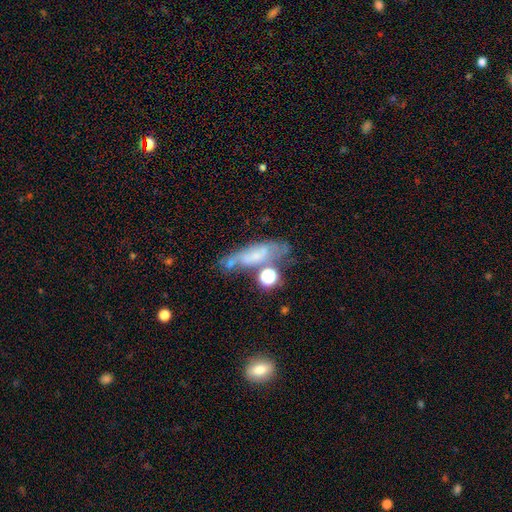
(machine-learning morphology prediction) smooth-or-featured: featured or disk: 47% | smooth: 39% | star or artifact: 14%
  merging: none: 38% | minor disturbance: 24% | major disturbance: 20% | merger: 18%